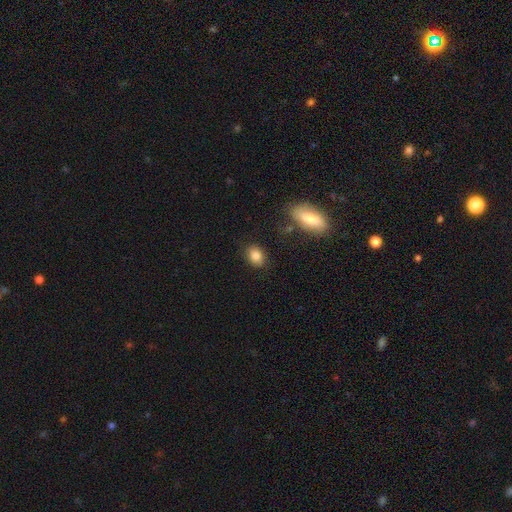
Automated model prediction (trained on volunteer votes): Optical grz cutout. It shows a smooth galaxy with no disk features (85%) that is in between round and cigar-shaped (67%). Merging: none (85%).